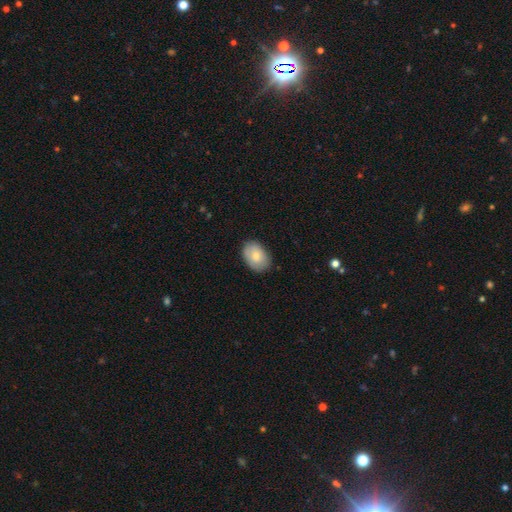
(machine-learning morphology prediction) A smooth galaxy with no disk features (79%) that is in between round and cigar-shaped (83%). Merging: none (84%).